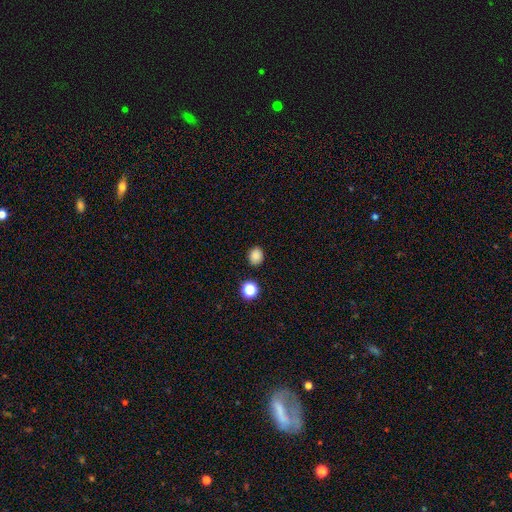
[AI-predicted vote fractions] Smooth or featured: smooth — 84% (star or artifact — 12%)
How rounded: round — 72% (in between — 28%)
Merging: none — 87% (minor disturbance — 8%)